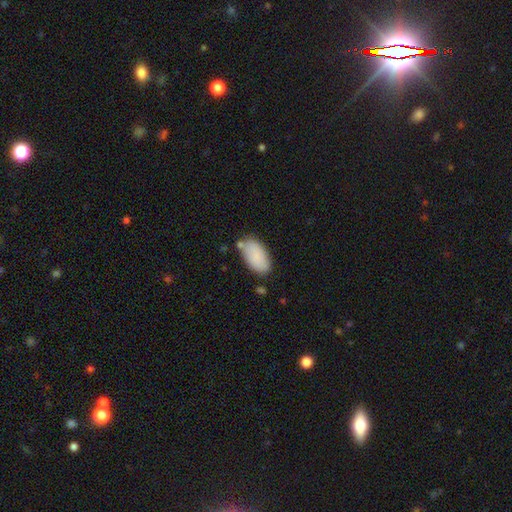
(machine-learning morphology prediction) Smooth or featured: smooth — 87% (featured or disk — 7%)
How rounded: in between — 95% (round — 3%)
Merging: none — 73% (minor disturbance — 17%)